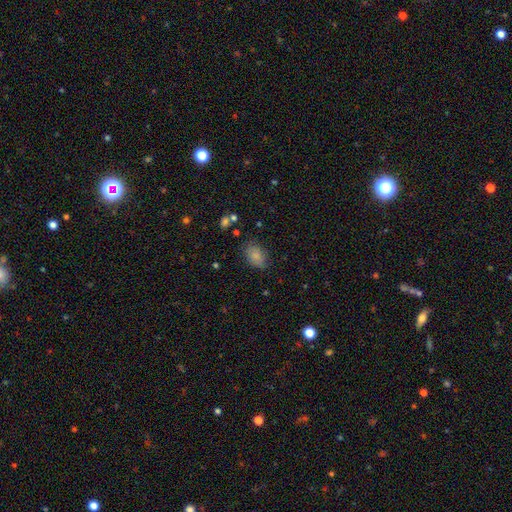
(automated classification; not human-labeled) Q: Smooth or featured?
A: smooth (83%); runner-up: star or artifact (9%)
Q: How rounded?
A: in between (85%); runner-up: round (14%)
Q: Merging?
A: none (76%); runner-up: minor disturbance (18%)